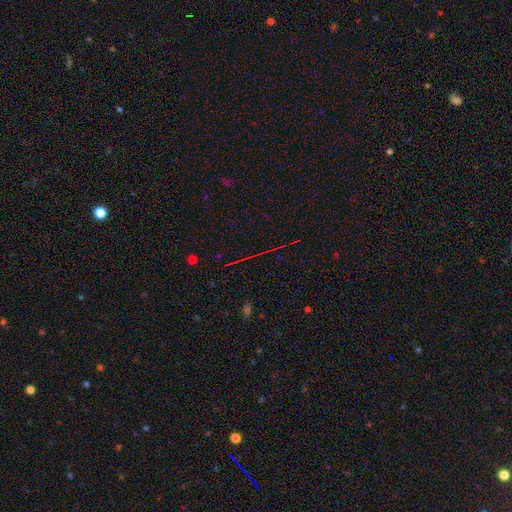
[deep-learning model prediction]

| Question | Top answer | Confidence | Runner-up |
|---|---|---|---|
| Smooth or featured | star or artifact | 73% | featured or disk (14%) |